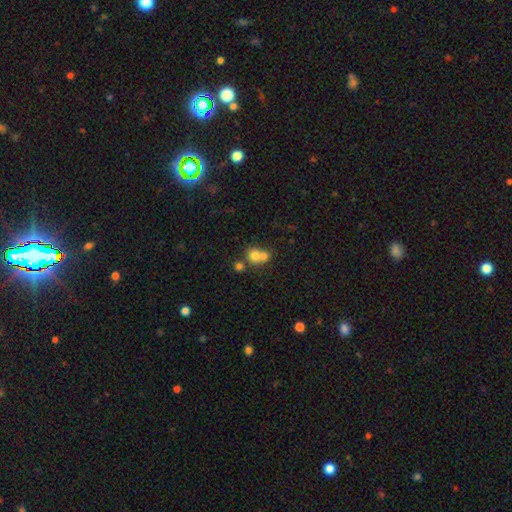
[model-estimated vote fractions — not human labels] Overall: smooth (73%). How rounded: round (82%). Merging: merger (58%; none 34%).